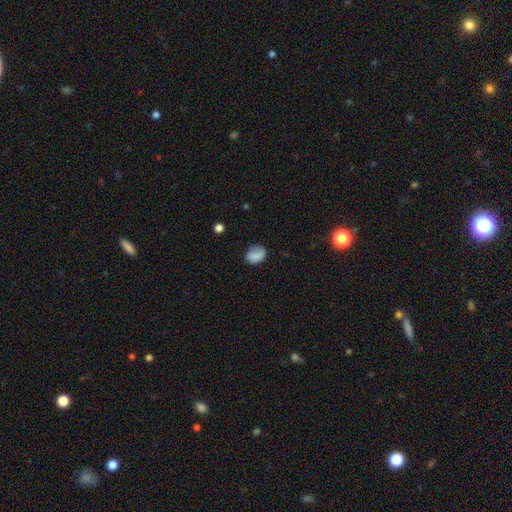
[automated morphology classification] Smooth or featured?
  - smooth: 81% *
  - featured or disk: 10%
  - star or artifact: 9%
How rounded?
  - in between: 50% *
  - round: 48%
  - cigar-shaped: 1%
Merging?
  - none: 61% *
  - minor disturbance: 27%
  - major disturbance: 10%
  - merger: 2%